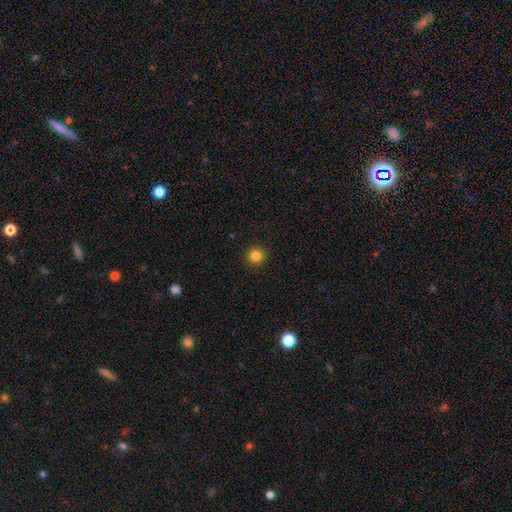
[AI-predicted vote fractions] This appears to be a smooth galaxy with no disk features (83%) that is round (95%). Merging: none (93%).